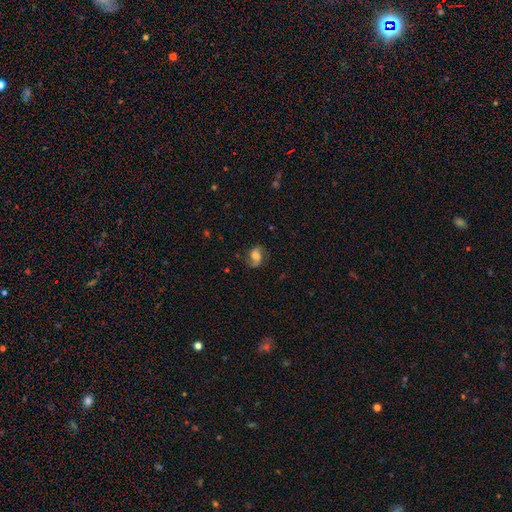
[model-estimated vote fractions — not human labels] A featured or disk galaxy (48%).

Vote fractions:
- Smooth or featured? featured or disk: 48% / smooth: 42% / star or artifact: 10%
- Merging? none: 71% / minor disturbance: 19% / major disturbance: 8% / merger: 1%